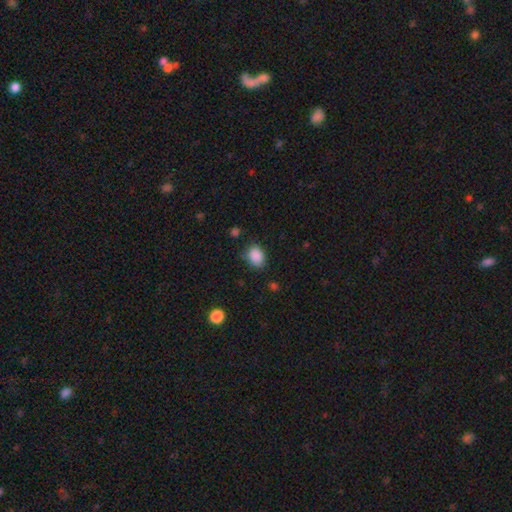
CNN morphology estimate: The model was most divided on "how rounded": in between: 72%, round: 27%, cigar-shaped: 1%. More confident: smooth or featured — smooth (88%); merging — none (73%).